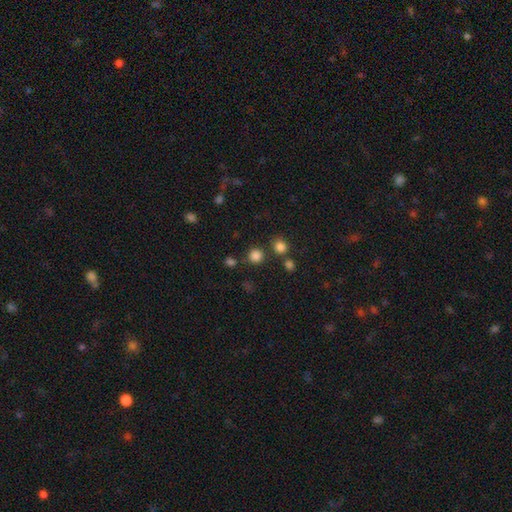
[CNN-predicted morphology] type=smooth (81%); roundness=round (91%); merging=none (78%).